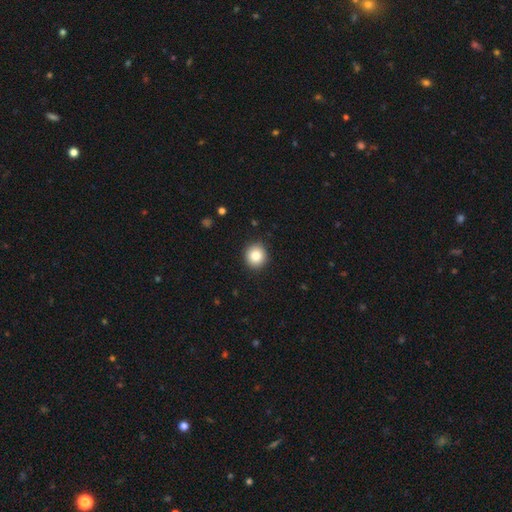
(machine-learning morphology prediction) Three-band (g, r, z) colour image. It shows a smooth galaxy with no disk features (85%) that is round (88%). Merging: none (91%).